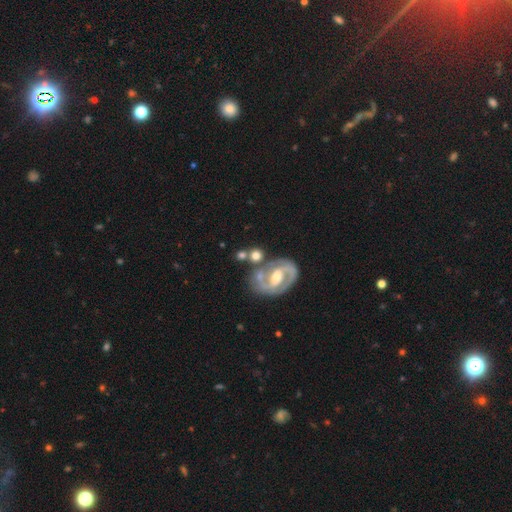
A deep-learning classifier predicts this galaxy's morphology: This is possibly a featured or disk galaxy (53%). It is clearly not viewed edge-on (95%). Bar: marginally weak (43%). Spiral arm pattern: likely yes (79%). Central bulge: possibly moderate (58%). Merging: likely none (61%).